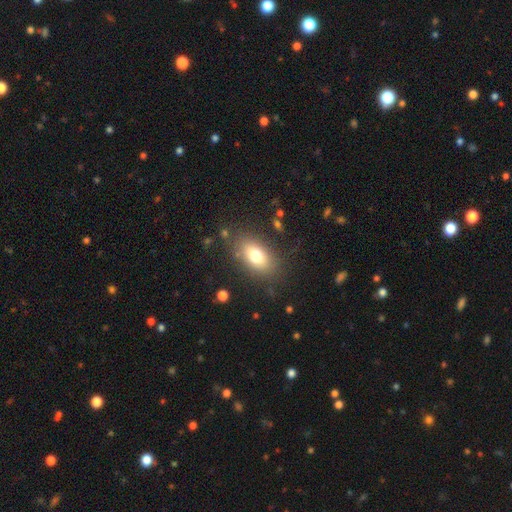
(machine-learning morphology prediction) smooth_or_featured: smooth (p=0.77) [alt: featured or disk p=0.14]
how_rounded: in between (p=0.88) [alt: round p=0.08]
merging: none (p=0.82) [alt: minor disturbance p=0.11]